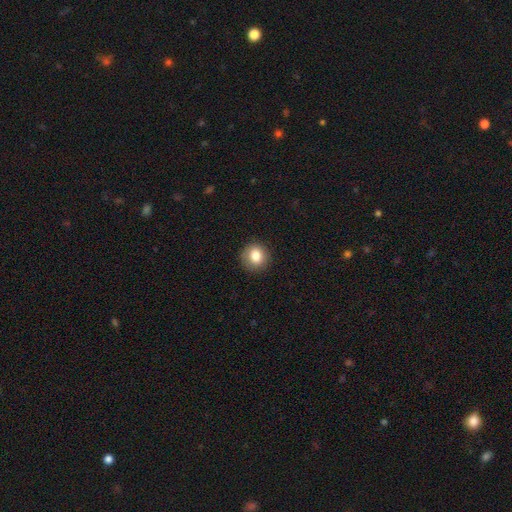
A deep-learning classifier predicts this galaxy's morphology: A smooth galaxy with no disk features (82%) that is round (86%). Merging: none (88%).